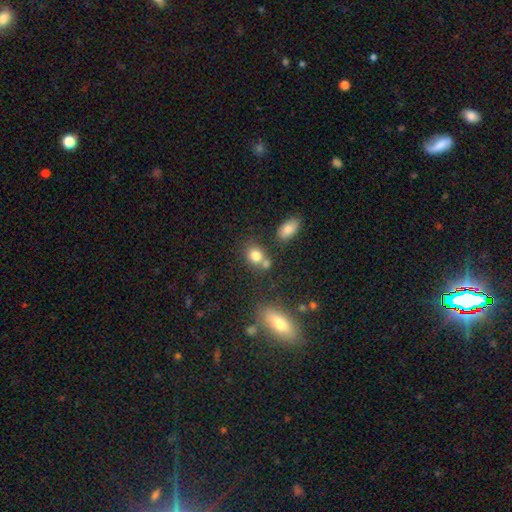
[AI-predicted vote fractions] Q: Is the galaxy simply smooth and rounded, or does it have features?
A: smooth — 79%.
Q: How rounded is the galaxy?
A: round — 55%.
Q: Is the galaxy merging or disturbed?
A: none — 54%.